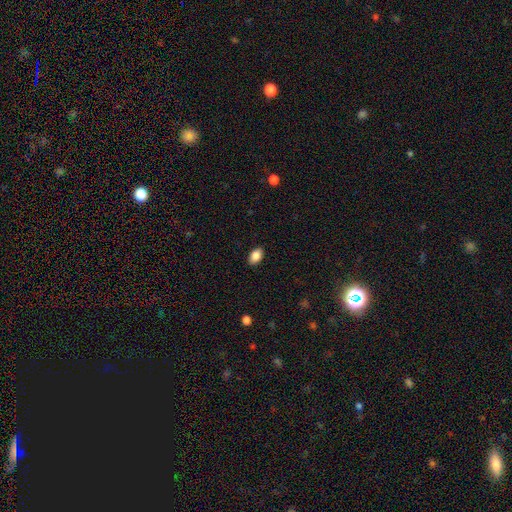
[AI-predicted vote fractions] smooth_or_featured: smooth (p=0.87) [alt: star or artifact p=0.08]
how_rounded: in between (p=0.89) [alt: round p=0.10]
merging: none (p=0.88) [alt: minor disturbance p=0.09]